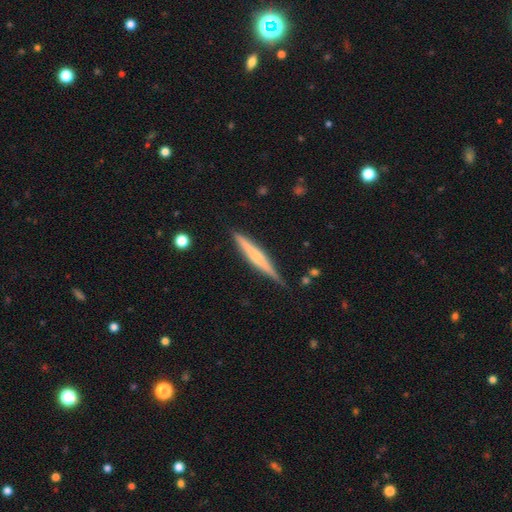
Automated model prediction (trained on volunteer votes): featured or disk 52%, smooth 42%, star or artifact 6%. Down the decision tree: edge-on disk — yes (97%); edge-on bulge — none (43%); merging — none (83%).